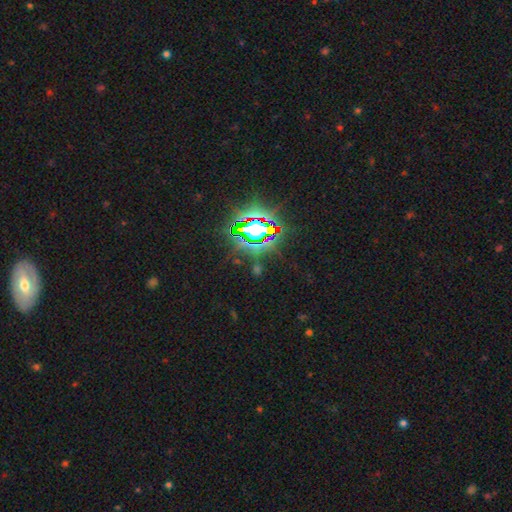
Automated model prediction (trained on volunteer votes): This is clearly a star or artifact rather than a galaxy (82%).